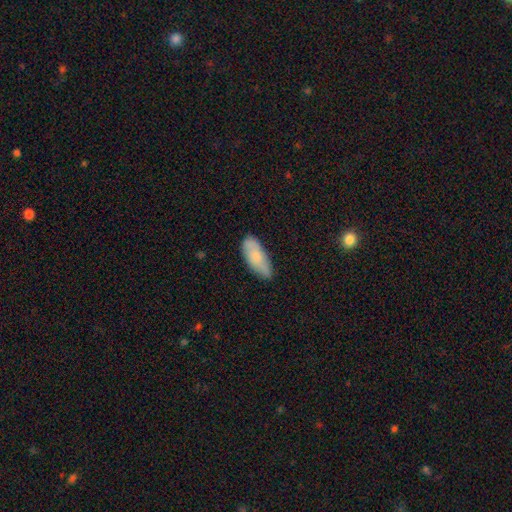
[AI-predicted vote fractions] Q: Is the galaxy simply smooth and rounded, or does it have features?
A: smooth — 77%.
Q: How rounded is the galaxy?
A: in between — 80%.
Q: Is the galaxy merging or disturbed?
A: none — 72%.